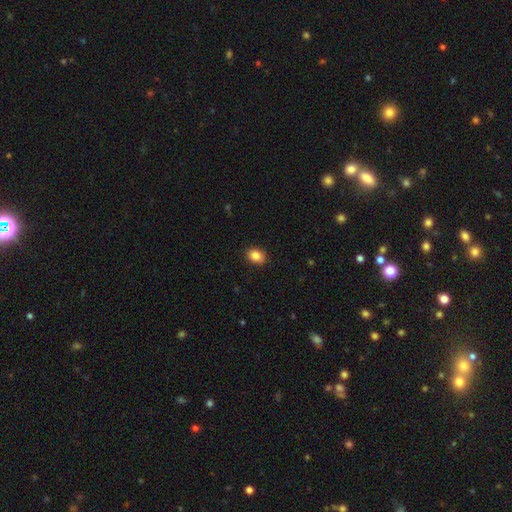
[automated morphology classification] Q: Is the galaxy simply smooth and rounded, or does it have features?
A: smooth — 86%.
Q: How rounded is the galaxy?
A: in between — 64%.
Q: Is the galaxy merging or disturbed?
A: none — 89%.